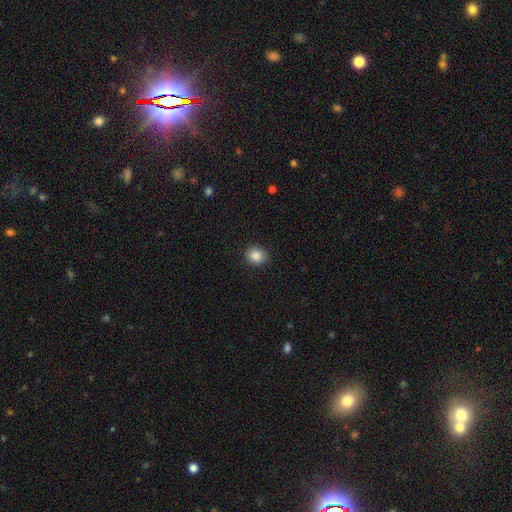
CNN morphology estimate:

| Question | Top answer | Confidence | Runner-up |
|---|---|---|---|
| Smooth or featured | smooth | 87% | star or artifact (9%) |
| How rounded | round | 69% | in between (30%) |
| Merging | none | 89% | minor disturbance (8%) |